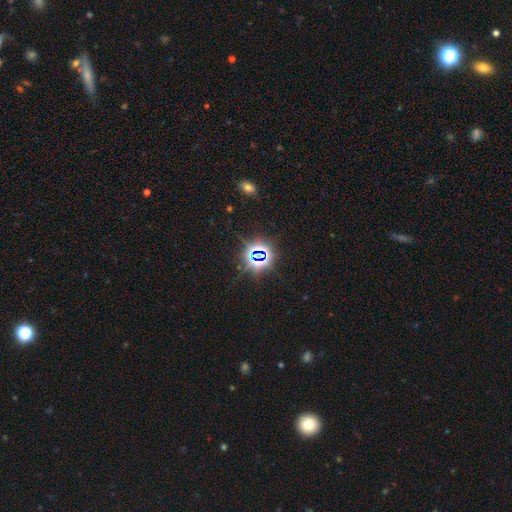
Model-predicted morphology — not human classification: Smooth or featured?
  - star or artifact: 78% *
  - smooth: 14%
  - featured or disk: 8%